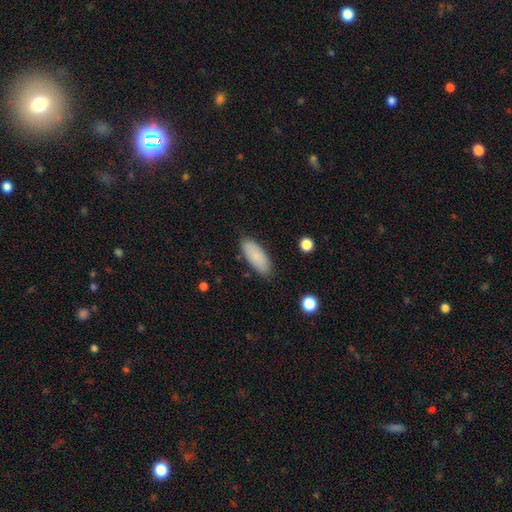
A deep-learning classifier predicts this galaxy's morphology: smooth_or_featured: smooth (p=0.86) [alt: featured or disk p=0.08]
how_rounded: in between (p=0.79) [alt: cigar-shaped p=0.19]
merging: none (p=0.84) [alt: minor disturbance p=0.12]